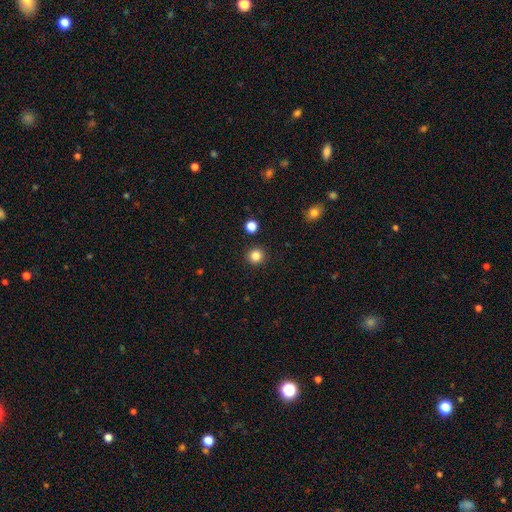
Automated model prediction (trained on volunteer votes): smooth 85%, star or artifact 12%, featured or disk 4%. Down the decision tree: how rounded — round (94%); merging — none (92%).